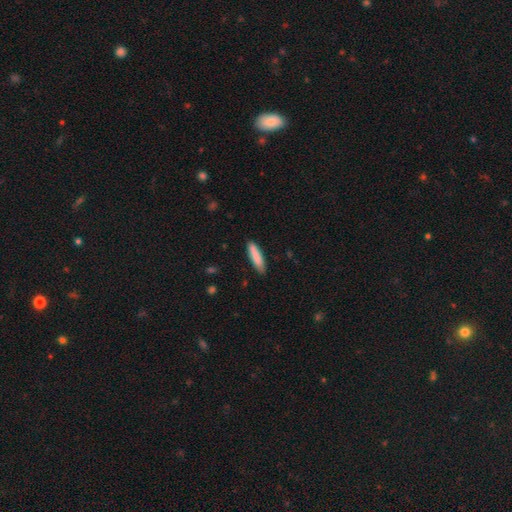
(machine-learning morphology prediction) Overall: smooth (86%). How rounded: cigar-shaped (79%). Merging: none (87%).